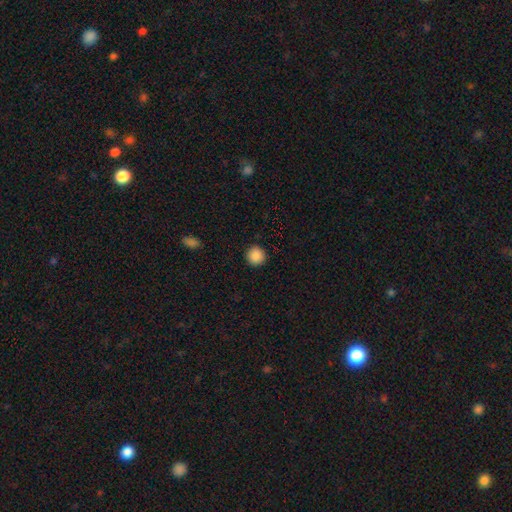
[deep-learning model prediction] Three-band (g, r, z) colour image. It shows a smooth galaxy with no disk features (88%) that is round (94%). Merging: none (92%).